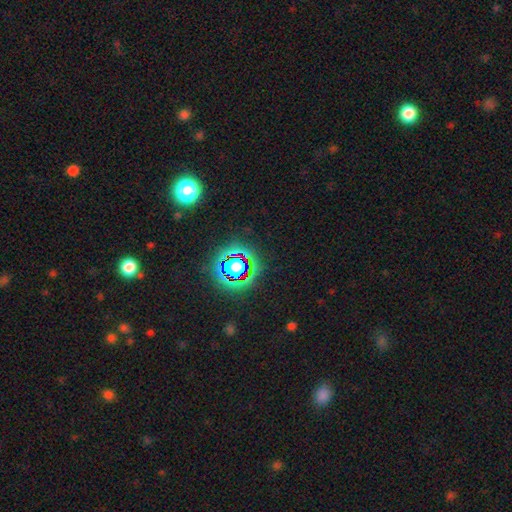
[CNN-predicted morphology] Smooth or featured: star or artifact — 79% (smooth — 13%)